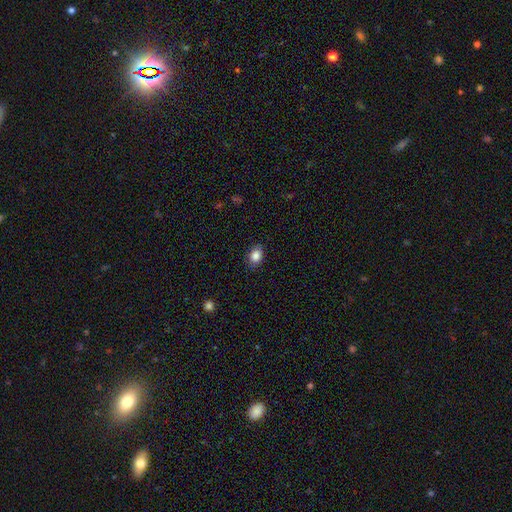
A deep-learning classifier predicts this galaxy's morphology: This is clearly a smooth galaxy (85%). How rounded: likely in between (76%). Merging: clearly none (86%).